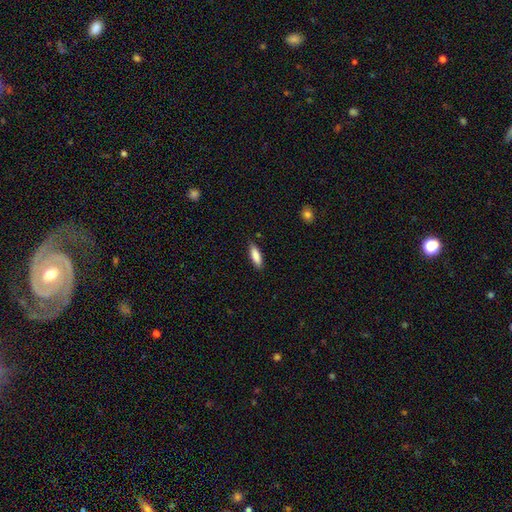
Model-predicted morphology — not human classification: Smooth or featured? Predicted: smooth (p=0.85). How rounded? Predicted: cigar-shaped (p=0.50). Merging? Predicted: none (p=0.87).